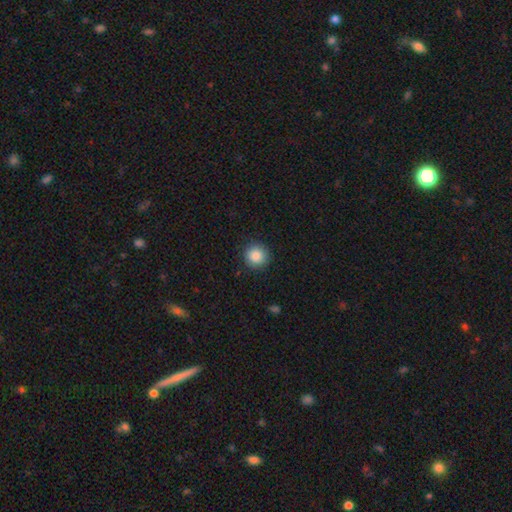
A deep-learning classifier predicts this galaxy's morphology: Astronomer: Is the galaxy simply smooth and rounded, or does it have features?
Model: smooth — 86%.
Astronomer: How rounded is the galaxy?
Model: round — 94%.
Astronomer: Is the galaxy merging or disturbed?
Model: none — 91%.